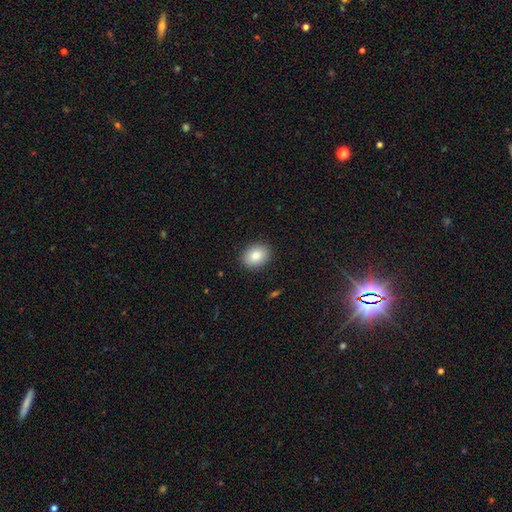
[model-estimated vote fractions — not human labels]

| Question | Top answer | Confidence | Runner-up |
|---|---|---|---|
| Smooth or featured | smooth | 86% | star or artifact (8%) |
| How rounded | in between | 60% | round (39%) |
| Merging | none | 89% | minor disturbance (8%) |